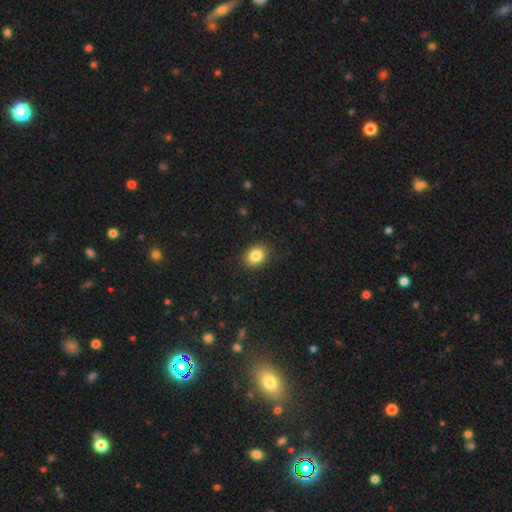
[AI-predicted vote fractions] Smooth or featured: smooth — 85% (star or artifact — 10%)
How rounded: round — 50% (in between — 49%)
Merging: none — 89% (minor disturbance — 8%)